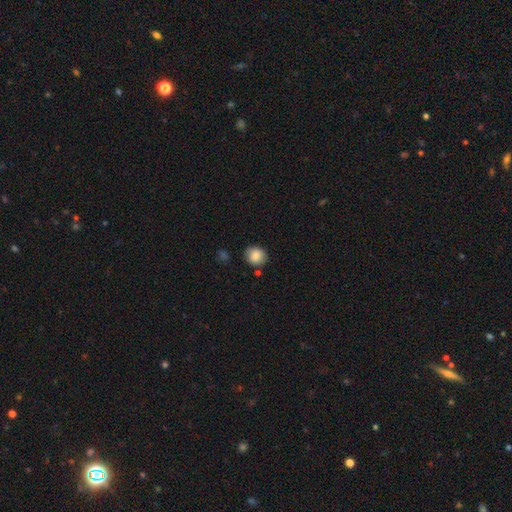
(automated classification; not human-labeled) Smooth or featured?
  - smooth: 85% *
  - star or artifact: 8%
  - featured or disk: 6%
How rounded?
  - round: 83% *
  - in between: 16%
  - cigar-shaped: 1%
Merging?
  - none: 85% *
  - minor disturbance: 10%
  - merger: 3%
  - major disturbance: 2%